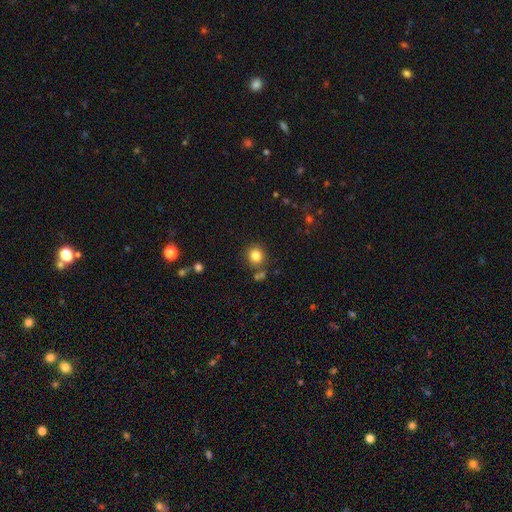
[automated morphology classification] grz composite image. It shows a smooth galaxy with no disk features (83%) that is round (86%). Merging: none (79%).